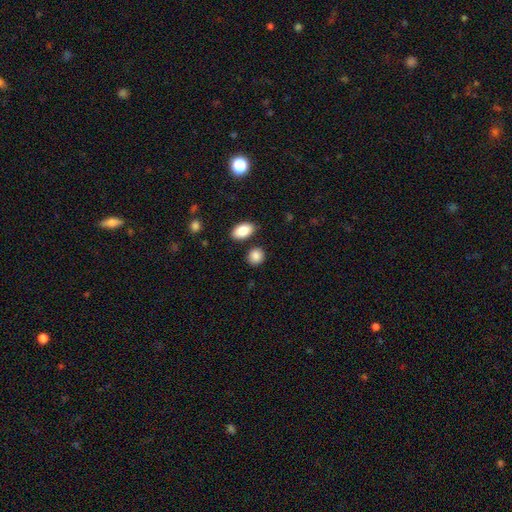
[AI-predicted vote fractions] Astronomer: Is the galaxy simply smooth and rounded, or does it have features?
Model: smooth — 88%.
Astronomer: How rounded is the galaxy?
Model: round — 58% (runner-up: in between, 40%).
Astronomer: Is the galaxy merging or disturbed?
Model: none — 81%.